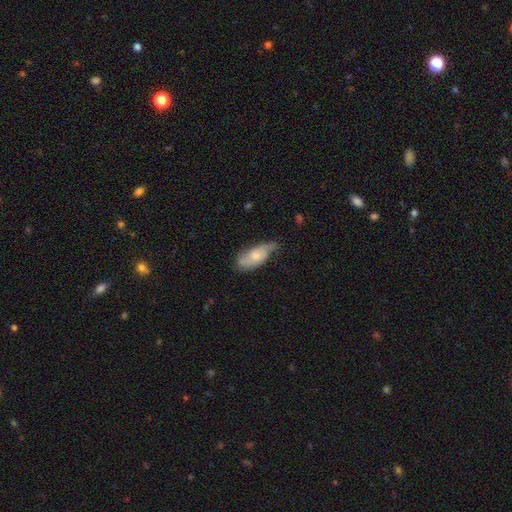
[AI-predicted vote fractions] Q: Smooth or featured?
A: smooth (53%); runner-up: featured or disk (41%)
Q: How rounded?
A: in between (83%); runner-up: cigar-shaped (14%)
Q: Merging?
A: none (47%); runner-up: minor disturbance (38%)